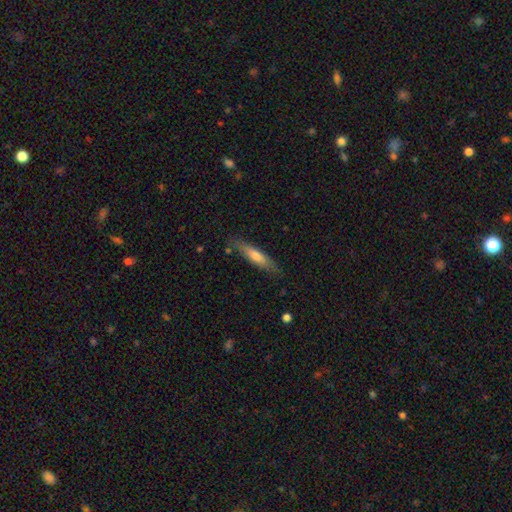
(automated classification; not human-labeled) Smooth or featured? Predicted: smooth (p=0.62). How rounded? Predicted: cigar-shaped (p=0.80). Merging? Predicted: none (p=0.80).